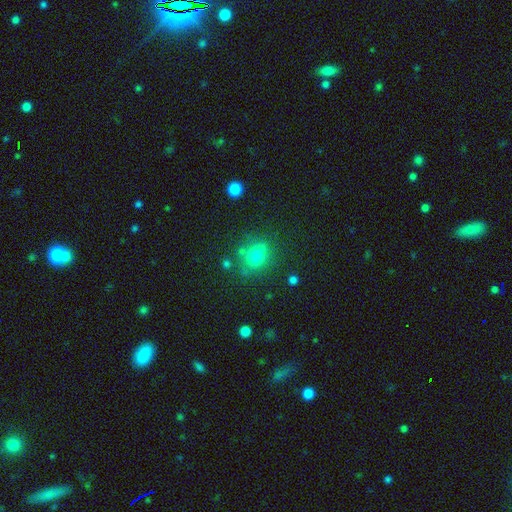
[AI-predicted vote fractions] This appears to be a smooth galaxy with no disk features (67%) that is in between round and cigar-shaped (50%). Merging: none (66%).